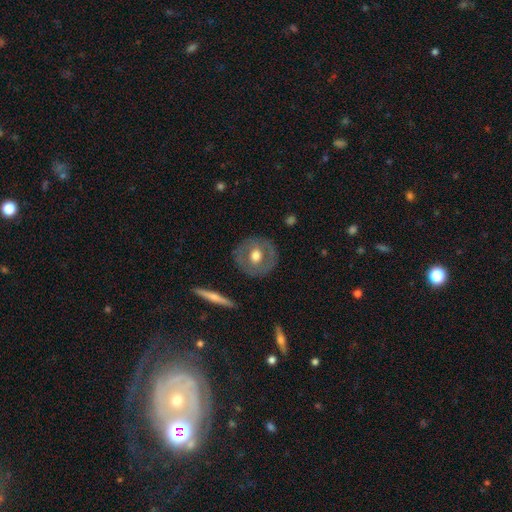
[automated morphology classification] smooth 47% (tied), featured or disk 47% (tied), star or artifact 6%. Down the decision tree: merging — none (86%).